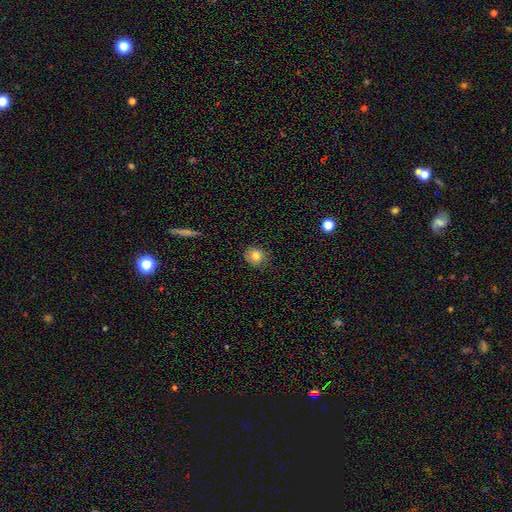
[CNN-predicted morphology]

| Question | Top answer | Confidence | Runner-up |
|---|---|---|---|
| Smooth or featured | smooth | 80% | star or artifact (11%) |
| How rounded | round | 86% | in between (13%) |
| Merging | none | 83% | minor disturbance (13%) |